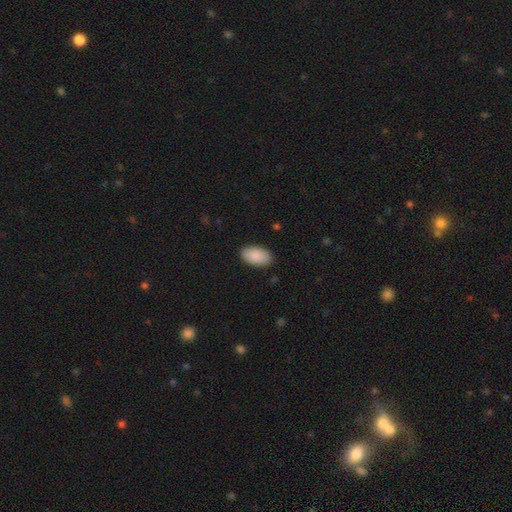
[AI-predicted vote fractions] smooth-or-featured: smooth: 91% | star or artifact: 6% | featured or disk: 3%
  how-rounded: in between: 96% | round: 3% | cigar-shaped: 2%
  merging: none: 89% | minor disturbance: 8% | major disturbance: 2% | merger: 1%